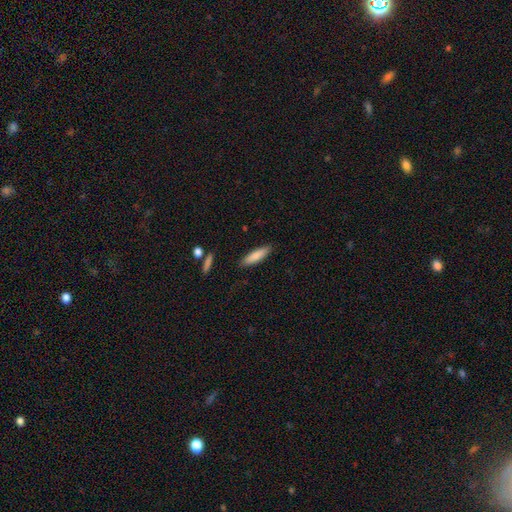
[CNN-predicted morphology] smooth-or-featured: smooth: 82% | featured or disk: 12% | star or artifact: 6%
  how-rounded: cigar-shaped: 67% | in between: 31% | round: 1%
  merging: none: 87% | minor disturbance: 9% | major disturbance: 2% | merger: 2%